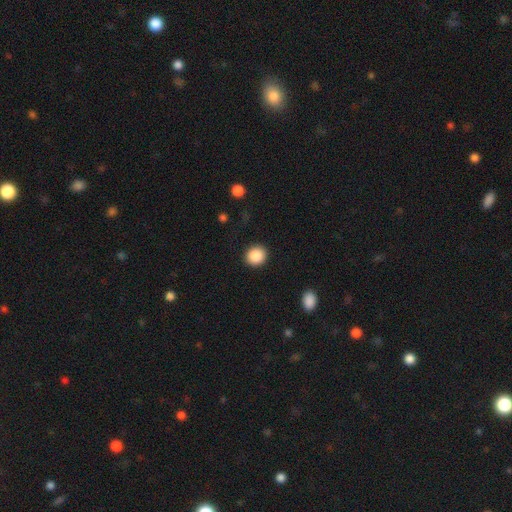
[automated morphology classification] A smooth galaxy with no disk features (88%) that is round (83%).

Vote fractions:
- Smooth or featured? smooth: 88% / star or artifact: 8% / featured or disk: 3%
- How rounded? round: 83% / in between: 16% / cigar-shaped: 1%
- Merging? none: 91% / minor disturbance: 6% / major disturbance: 2% / merger: 1%